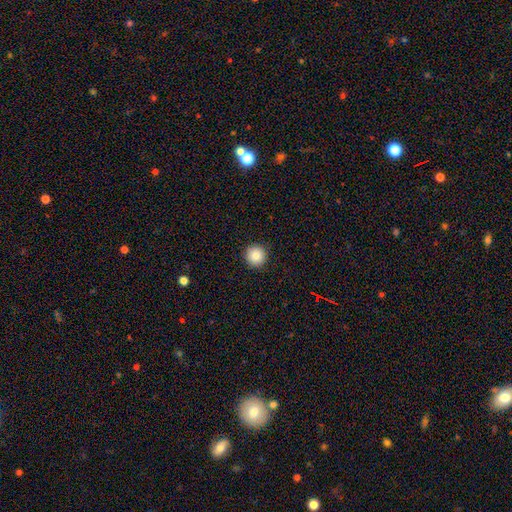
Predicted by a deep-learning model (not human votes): Smooth or featured? Predicted: smooth (p=0.85). How rounded? Predicted: round (p=0.96). Merging? Predicted: none (p=0.92).